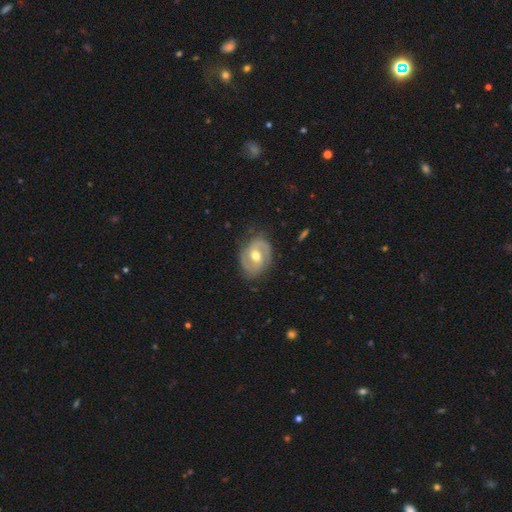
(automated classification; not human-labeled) Morphology: type=featured or disk (78%); edge-on=no (97%); bar=weak (47%); spiral arms=yes (84%); winding=medium (45%); arm count=2 (84%); bulge=moderate (79%); merging=none (76%).